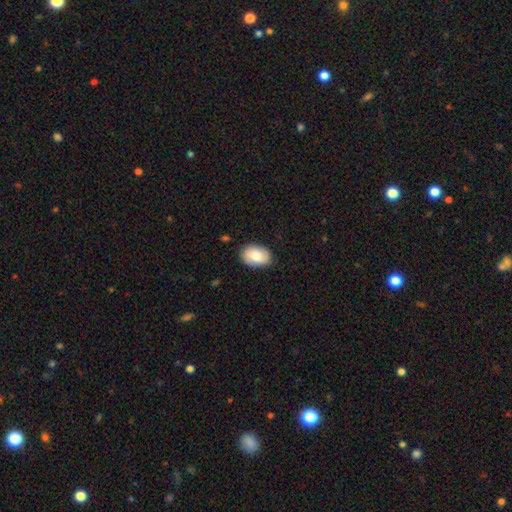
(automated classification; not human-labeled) A smooth galaxy with no disk features (74%) that is in between round and cigar-shaped (84%). Merging: none (84%).